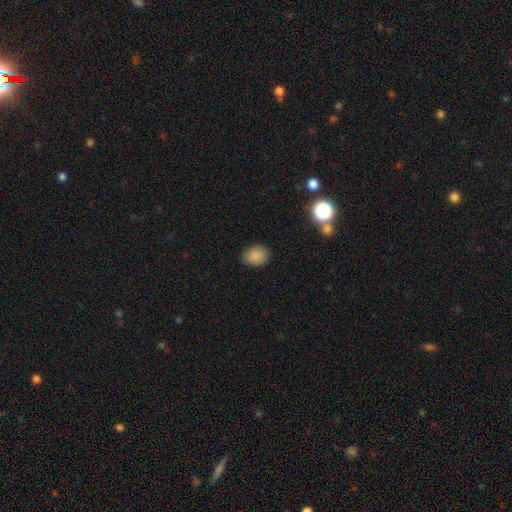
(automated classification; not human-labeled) Morphology: type=smooth (86%); roundness=in between (60%); merging=none (86%).